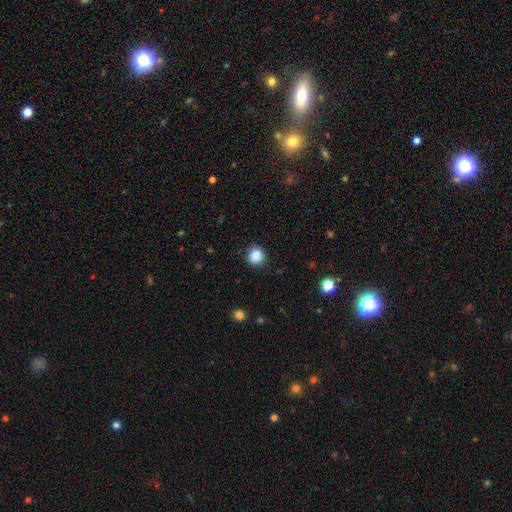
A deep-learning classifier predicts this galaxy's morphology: This is clearly a smooth galaxy (85%). How rounded: likely round (73%). Merging: clearly none (86%).